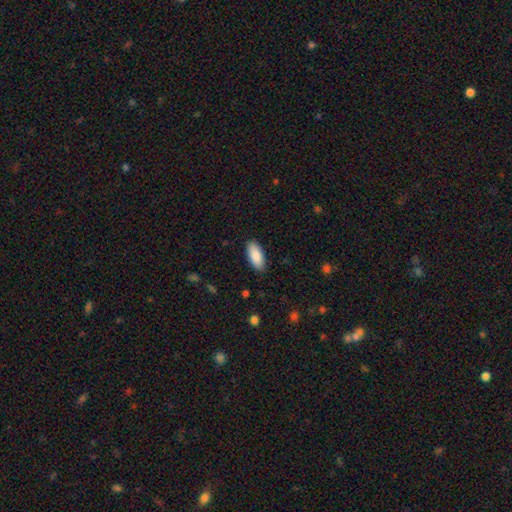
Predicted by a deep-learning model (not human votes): smooth 89%, star or artifact 6%, featured or disk 5%. Down the decision tree: how rounded — in between (88%); merging — none (88%).